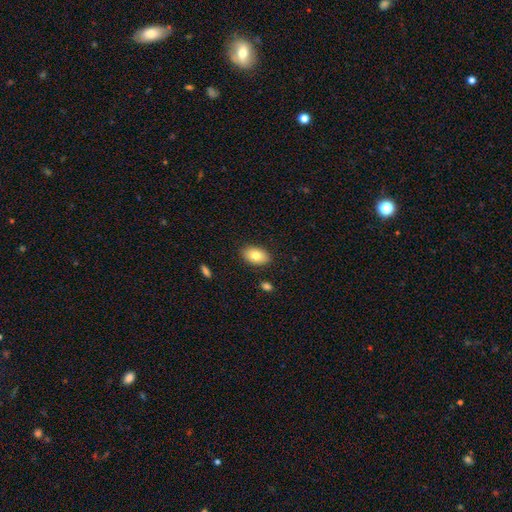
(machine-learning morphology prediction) A smooth galaxy with no disk features (79%) that is in between round and cigar-shaped (90%). Merging: none (86%).